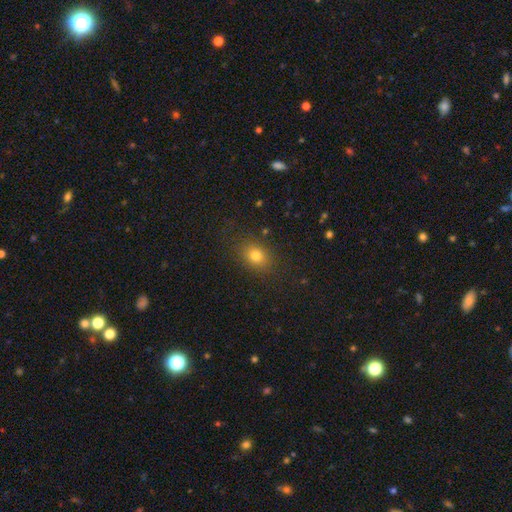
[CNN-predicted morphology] Smooth or featured: smooth — 77% (star or artifact — 14%)
How rounded: in between — 55% (round — 44%)
Merging: none — 83% (minor disturbance — 11%)